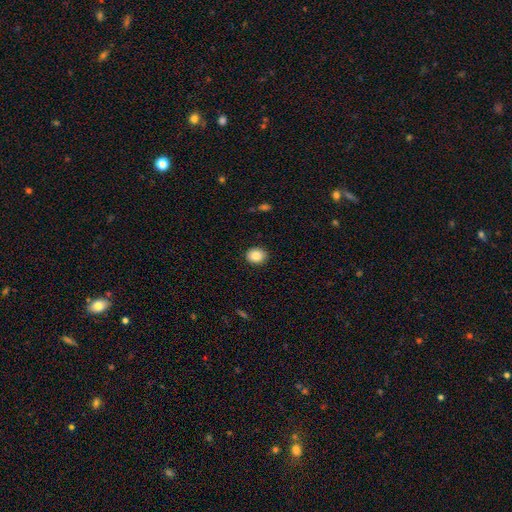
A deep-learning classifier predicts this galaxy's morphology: Smooth or featured? smooth (86%)
How rounded? round (62%)
Merging? none (91%)